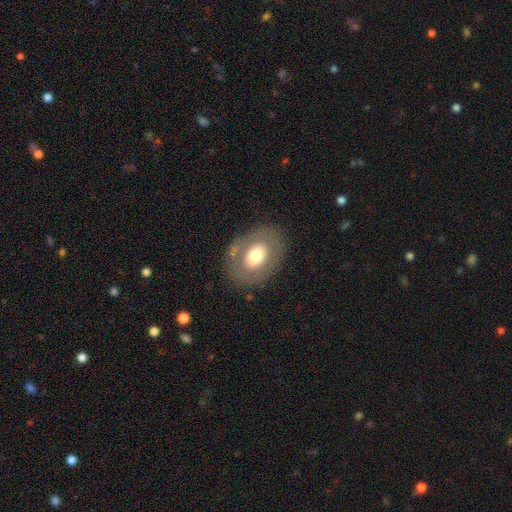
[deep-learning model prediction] Q: Smooth or featured?
A: smooth (59%); runner-up: featured or disk (34%)
Q: How rounded?
A: in between (71%); runner-up: round (28%)
Q: Merging?
A: none (81%); runner-up: minor disturbance (11%)